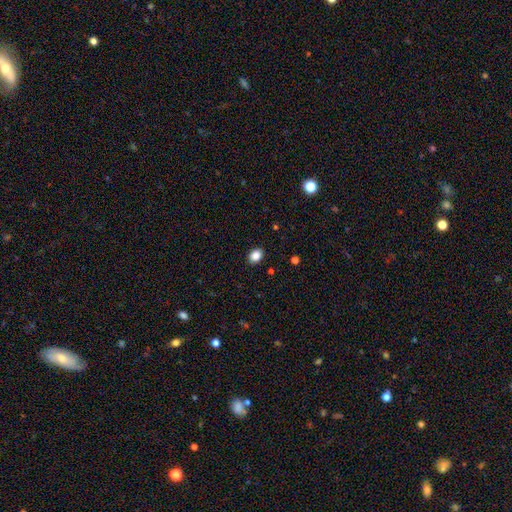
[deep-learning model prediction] Q: Smooth or featured?
A: smooth (87%); runner-up: star or artifact (9%)
Q: How rounded?
A: in between (60%); runner-up: round (39%)
Q: Merging?
A: none (90%); runner-up: minor disturbance (7%)